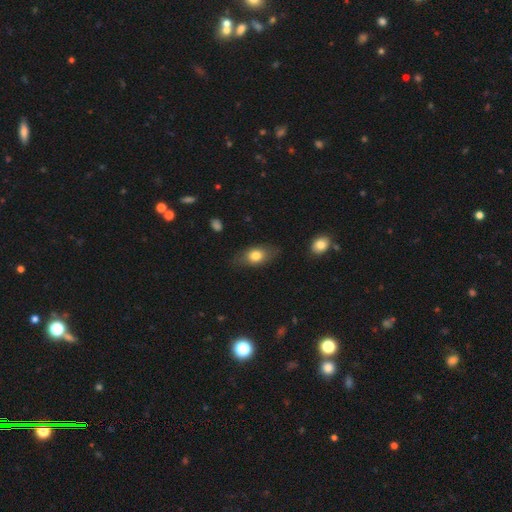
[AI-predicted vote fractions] smooth_or_featured: smooth (p=0.74) [alt: featured or disk p=0.18]
how_rounded: in between (p=0.77) [alt: round p=0.17]
merging: none (p=0.76) [alt: minor disturbance p=0.18]